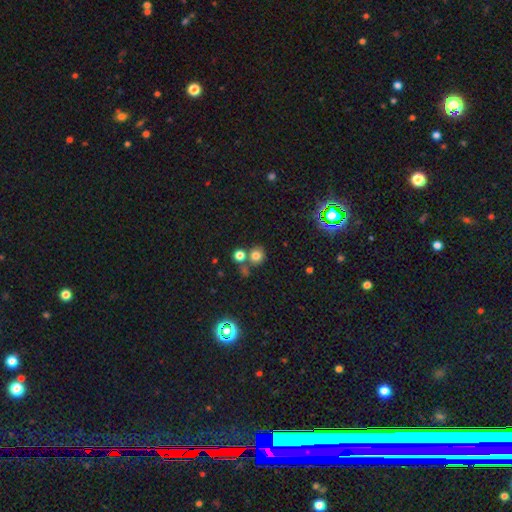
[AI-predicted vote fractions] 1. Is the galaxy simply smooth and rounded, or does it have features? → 75% smooth, 18% star or artifact, 8% featured or disk.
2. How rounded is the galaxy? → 88% round, 11% in between, 1% cigar-shaped.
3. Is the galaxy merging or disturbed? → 65% none, 23% merger, 8% minor disturbance, 4% major disturbance.